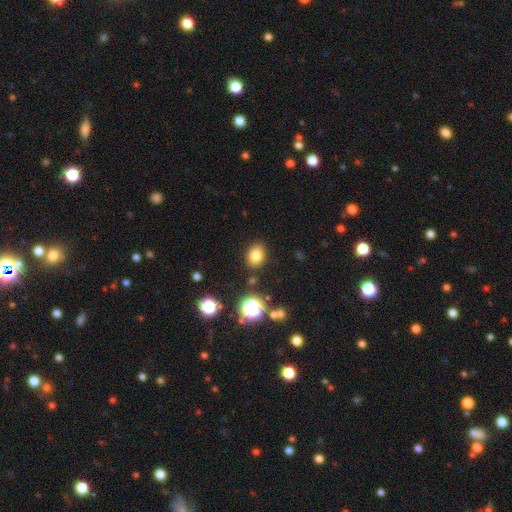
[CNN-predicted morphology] The model was most divided on "how rounded": in between: 53%, round: 46%, cigar-shaped: 1%. More confident: merging — none (85%); smooth or featured — smooth (80%).